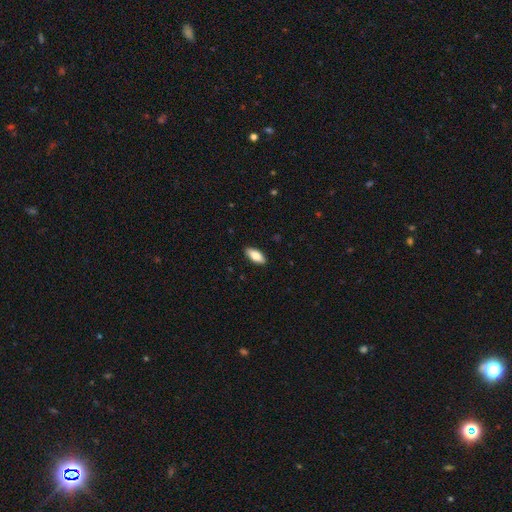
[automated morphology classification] Smooth or featured: smooth — 82% (featured or disk — 12%)
How rounded: in between — 83% (cigar-shaped — 15%)
Merging: none — 89% (minor disturbance — 8%)